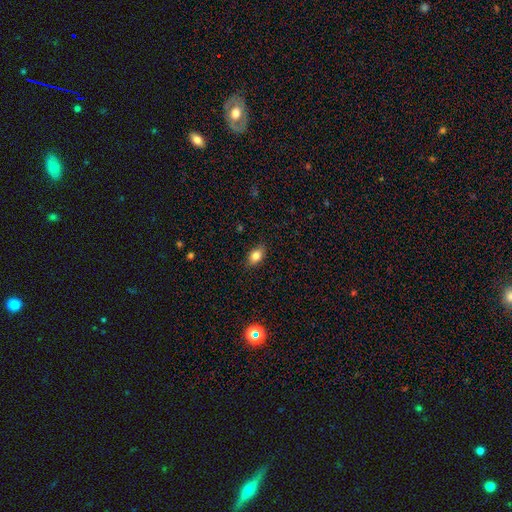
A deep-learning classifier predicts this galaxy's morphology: A smooth galaxy with no disk features (81%) that is in between round and cigar-shaped (83%).

Vote fractions:
- Smooth or featured? smooth: 81% / featured or disk: 10% / star or artifact: 9%
- How rounded? in between: 83% / round: 14% / cigar-shaped: 3%
- Merging? none: 86% / minor disturbance: 11% / major disturbance: 2% / merger: 1%